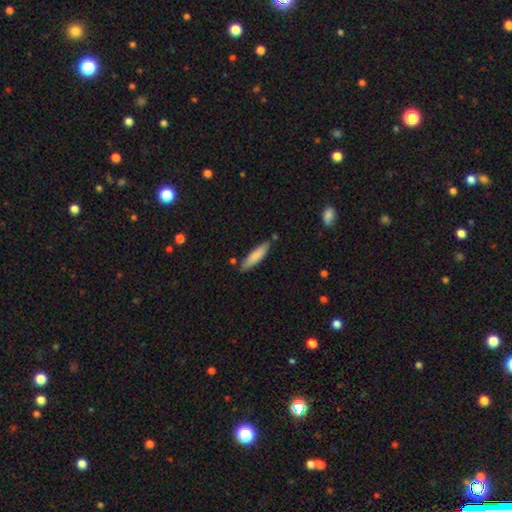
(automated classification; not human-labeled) Smooth or featured: smooth — 82% (featured or disk — 13%)
How rounded: cigar-shaped — 75% (in between — 24%)
Merging: none — 78% (minor disturbance — 15%)